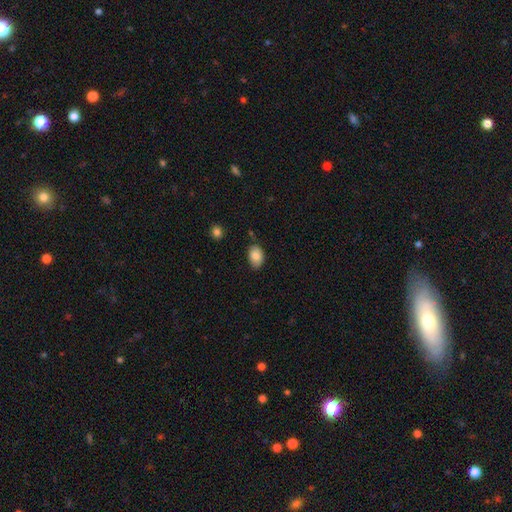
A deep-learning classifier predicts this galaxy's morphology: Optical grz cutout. It shows a smooth galaxy with no disk features (85%) that is in between round and cigar-shaped (87%). Merging: none (74%).